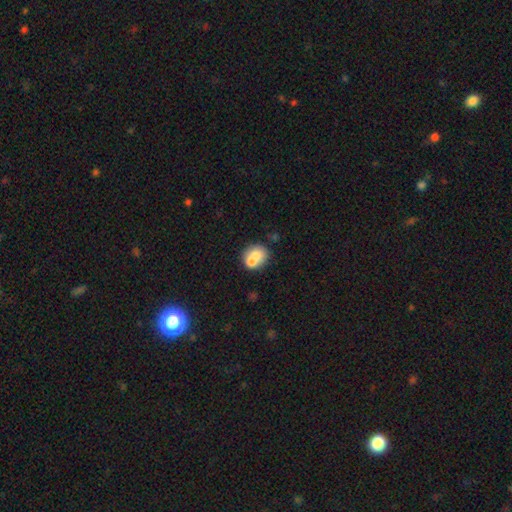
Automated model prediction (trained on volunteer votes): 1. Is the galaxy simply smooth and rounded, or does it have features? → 68% smooth, 23% featured or disk, 9% star or artifact.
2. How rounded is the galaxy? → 68% round, 31% in between, 1% cigar-shaped.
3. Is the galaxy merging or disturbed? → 49% merger, 37% none, 10% minor disturbance, 4% major disturbance.